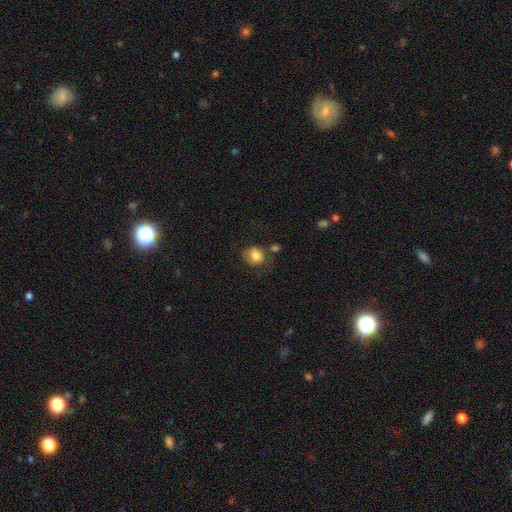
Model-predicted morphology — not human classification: Smooth or featured? smooth (78%)
How rounded? round (76%)
Merging? none (60%)